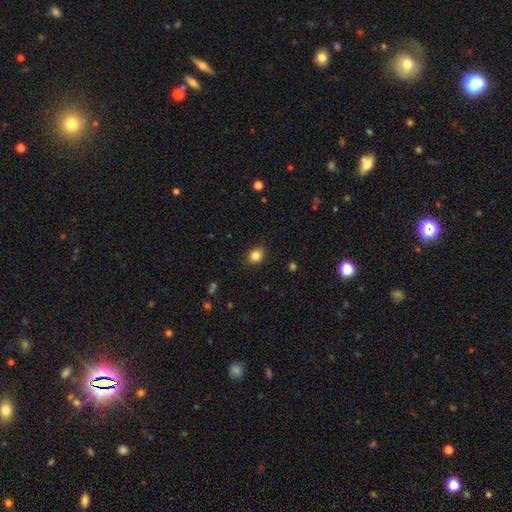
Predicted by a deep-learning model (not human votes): smooth_or_featured: smooth (p=0.85) [alt: star or artifact p=0.10]
how_rounded: round (p=0.62) [alt: in between p=0.37]
merging: none (p=0.88) [alt: minor disturbance p=0.08]